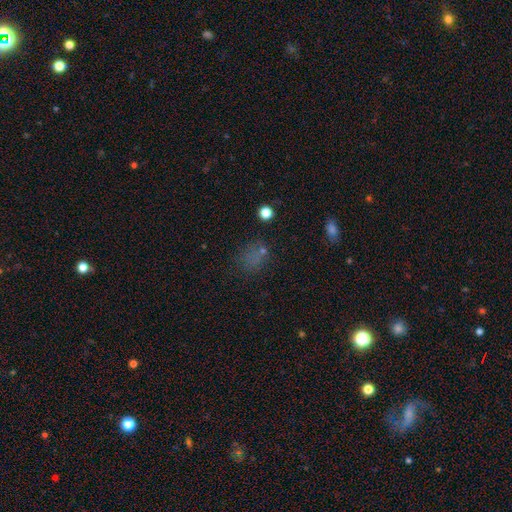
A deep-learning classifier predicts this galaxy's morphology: smooth 54%, star or artifact 33%, featured or disk 13%. Down the decision tree: how rounded — round (52%); merging — none (62%).